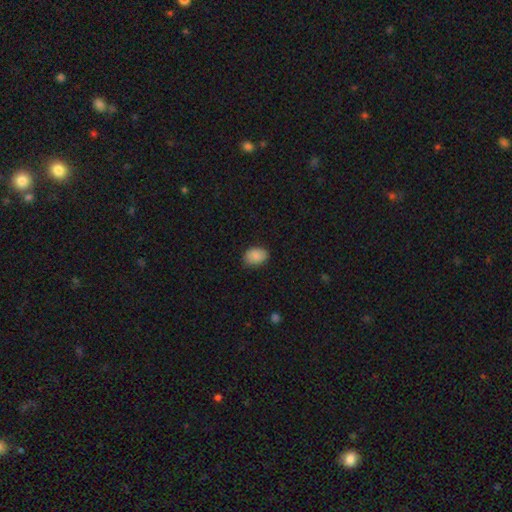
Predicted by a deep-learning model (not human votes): smooth_or_featured: smooth (p=0.87) [alt: star or artifact p=0.07]
how_rounded: in between (p=0.78) [alt: round p=0.21]
merging: none (p=0.81) [alt: minor disturbance p=0.15]